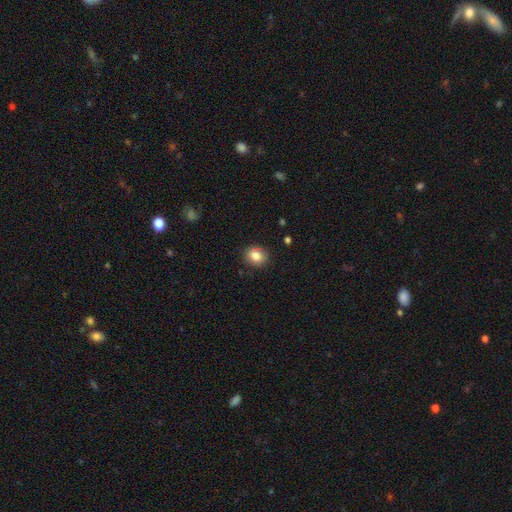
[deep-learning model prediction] Smooth or featured?
  - smooth: 83% *
  - star or artifact: 9%
  - featured or disk: 7%
How rounded?
  - round: 68% *
  - in between: 31%
  - cigar-shaped: 1%
Merging?
  - none: 87% *
  - minor disturbance: 10%
  - major disturbance: 2%
  - merger: 1%